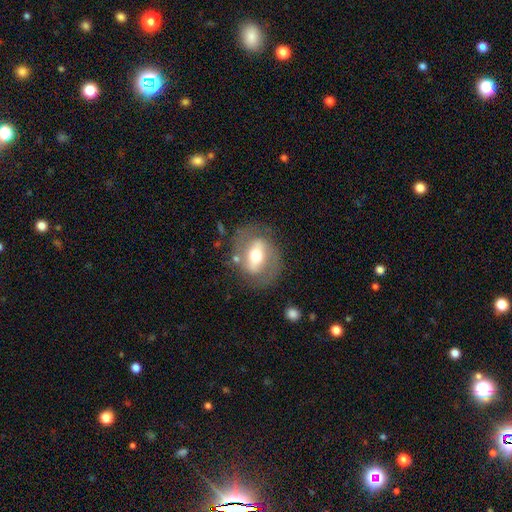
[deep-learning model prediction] featured or disk 64%, smooth 30%, star or artifact 6%. Down the decision tree: edge-on disk — no (91%); bar — strong (53%); spiral arms — no (51%); bulge size — moderate (64%); merging — none (72%).